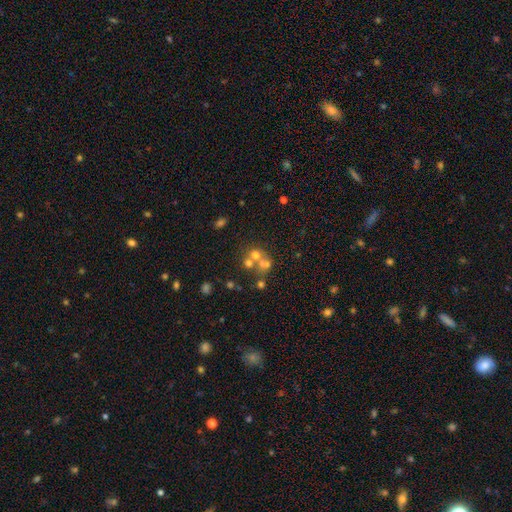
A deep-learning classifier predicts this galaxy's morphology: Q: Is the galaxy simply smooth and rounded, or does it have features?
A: smooth — 44%.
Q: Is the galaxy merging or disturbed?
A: merger — 45%.